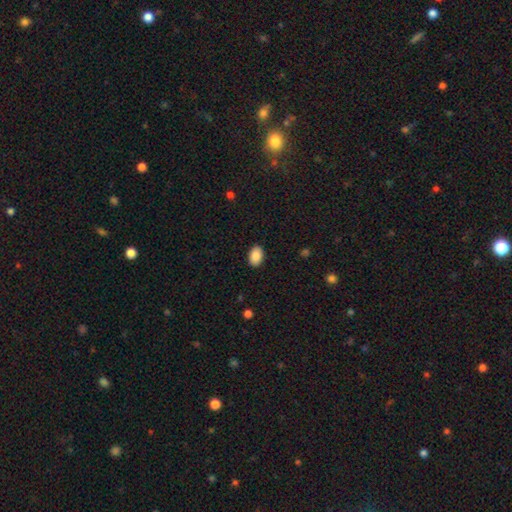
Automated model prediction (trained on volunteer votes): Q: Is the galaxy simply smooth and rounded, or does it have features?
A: smooth — 89%.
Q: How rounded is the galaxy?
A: in between — 89%.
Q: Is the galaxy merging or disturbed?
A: none — 90%.